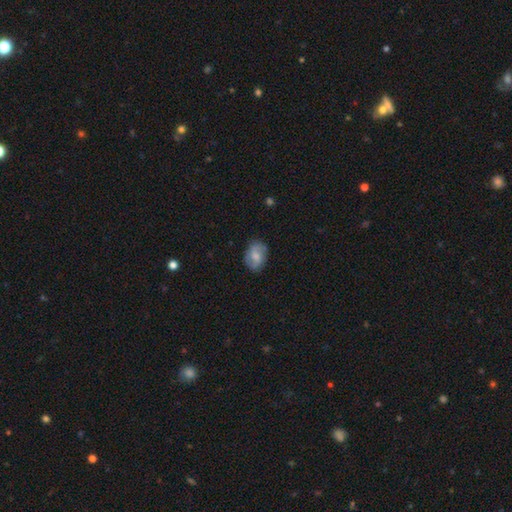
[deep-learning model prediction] smooth-or-featured: smooth: 52% | featured or disk: 41% | star or artifact: 7%
  how-rounded: in between: 73% | round: 25% | cigar-shaped: 1%
  merging: none: 77% | minor disturbance: 17% | major disturbance: 4% | merger: 1%